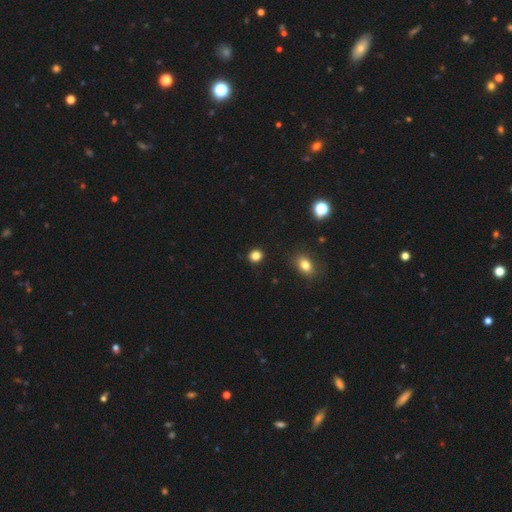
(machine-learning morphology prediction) Q: Smooth or featured?
A: smooth (84%); runner-up: star or artifact (13%)
Q: How rounded?
A: round (86%); runner-up: in between (13%)
Q: Merging?
A: none (91%); runner-up: minor disturbance (6%)